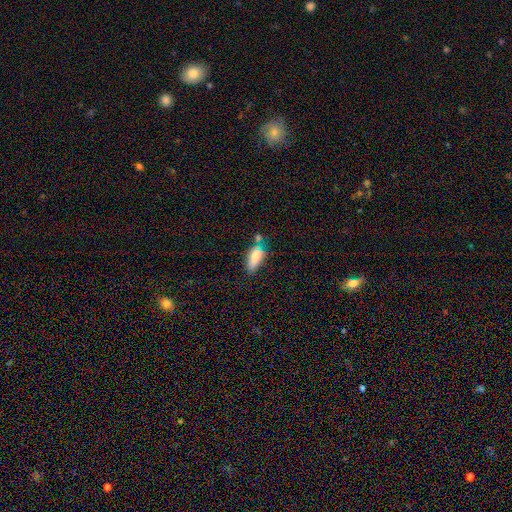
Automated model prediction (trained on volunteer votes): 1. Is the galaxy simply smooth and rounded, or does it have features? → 77% smooth, 13% featured or disk, 10% star or artifact.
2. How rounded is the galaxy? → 79% in between, 17% cigar-shaped, 4% round.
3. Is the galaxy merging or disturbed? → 44% none, 25% minor disturbance, 21% merger, 10% major disturbance.